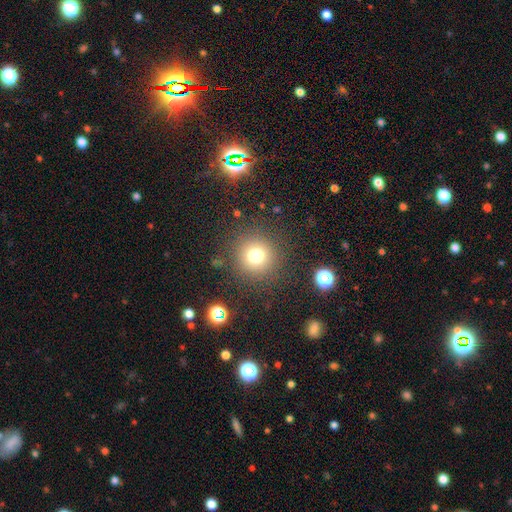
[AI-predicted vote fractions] Q: Smooth or featured?
A: smooth (75%); runner-up: star or artifact (16%)
Q: How rounded?
A: round (95%); runner-up: in between (4%)
Q: Merging?
A: none (87%); runner-up: minor disturbance (7%)